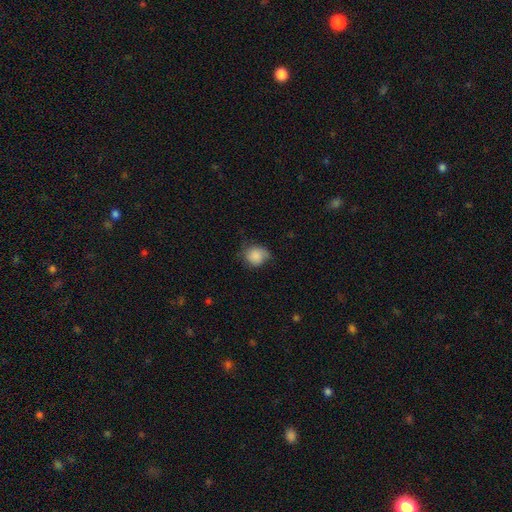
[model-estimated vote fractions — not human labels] The model was most divided on "merging": none: 56%, minor disturbance: 33%, major disturbance: 10%, merger: 2%. More confident: smooth or featured — smooth (83%); how rounded — round (73%).